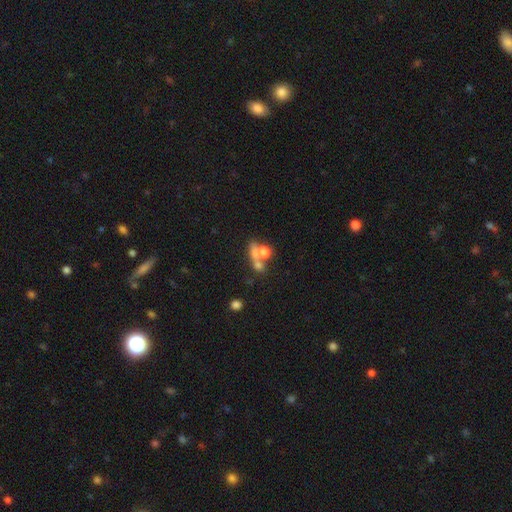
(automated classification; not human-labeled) A smooth galaxy with no disk features (60%) that is round (51%).

Vote fractions:
- Smooth or featured? smooth: 60% / featured or disk: 23% / star or artifact: 17%
- How rounded? round: 51% / in between: 36% / cigar-shaped: 13%
- Merging? merger: 46% / none: 34% / major disturbance: 10% / minor disturbance: 10%